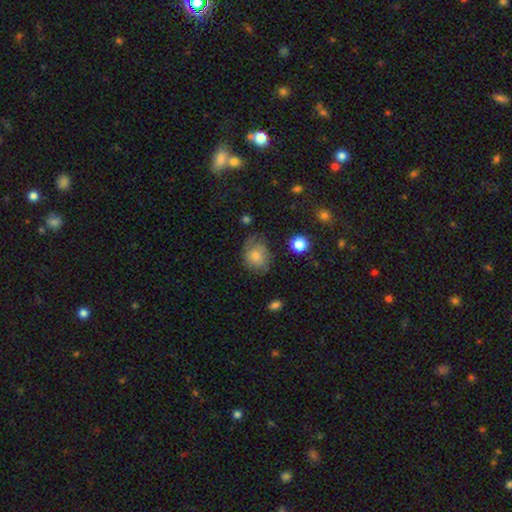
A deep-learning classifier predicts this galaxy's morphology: The model was most divided on "how rounded": in between: 53%, round: 45%, cigar-shaped: 1%. More confident: smooth or featured — smooth (65%); merging — none (53%).